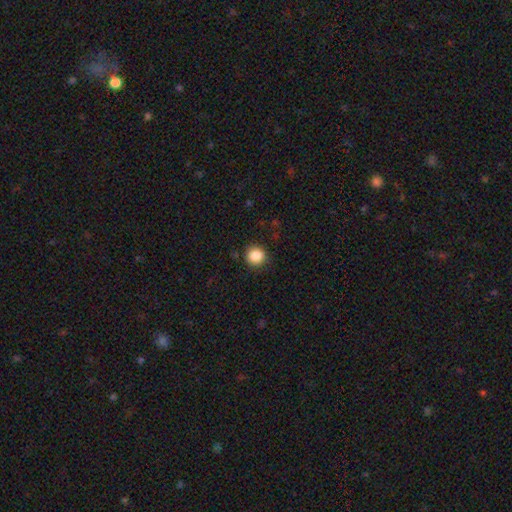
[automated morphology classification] This is clearly a smooth galaxy (87%). How rounded: clearly round (91%). Merging: clearly none (88%).